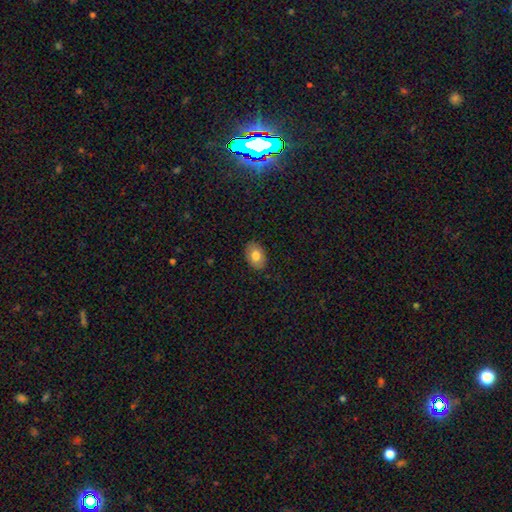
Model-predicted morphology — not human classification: smooth_or_featured: smooth (p=0.79) [alt: featured or disk p=0.13]
how_rounded: in between (p=0.83) [alt: round p=0.16]
merging: none (p=0.87) [alt: minor disturbance p=0.10]